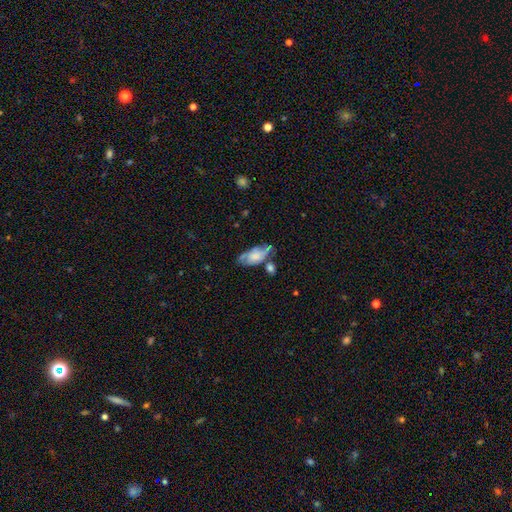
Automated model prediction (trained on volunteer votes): smooth 49%, featured or disk 43%, star or artifact 8%. Down the decision tree: merging — none (45%).